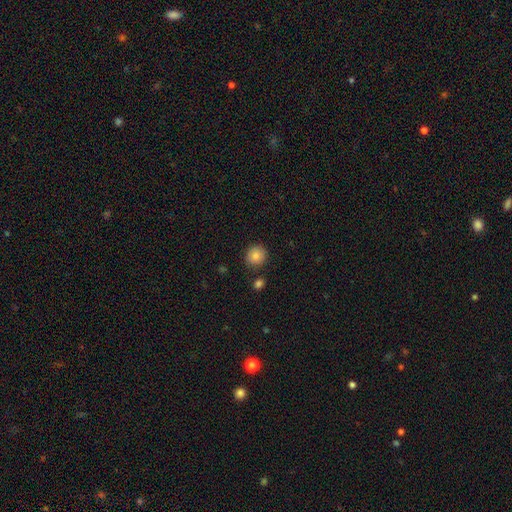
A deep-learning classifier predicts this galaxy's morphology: Smooth or featured? smooth (86%)
How rounded? round (88%)
Merging? none (86%)